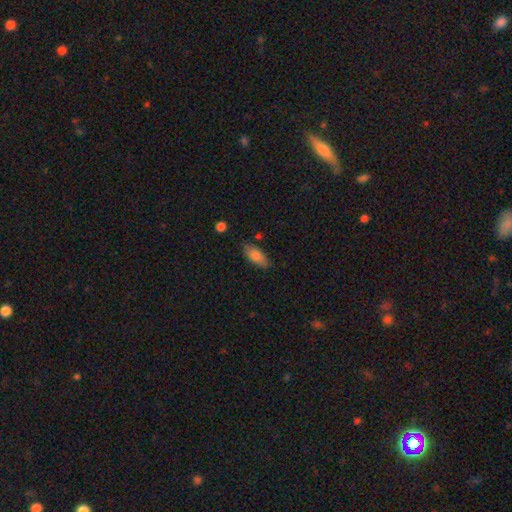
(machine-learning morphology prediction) Smooth or featured?
  - smooth: 83% *
  - featured or disk: 10%
  - star or artifact: 7%
How rounded?
  - in between: 84% *
  - cigar-shaped: 14%
  - round: 2%
Merging?
  - none: 79% *
  - minor disturbance: 15%
  - major disturbance: 3%
  - merger: 3%